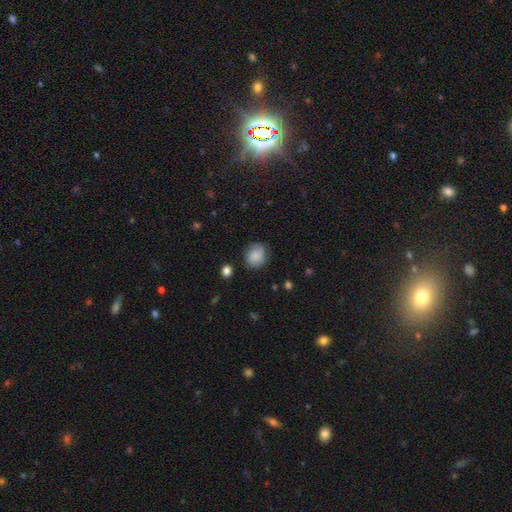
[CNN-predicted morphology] Smooth or featured? Predicted: smooth (p=0.81). How rounded? Predicted: round (p=0.71). Merging? Predicted: none (p=0.73).